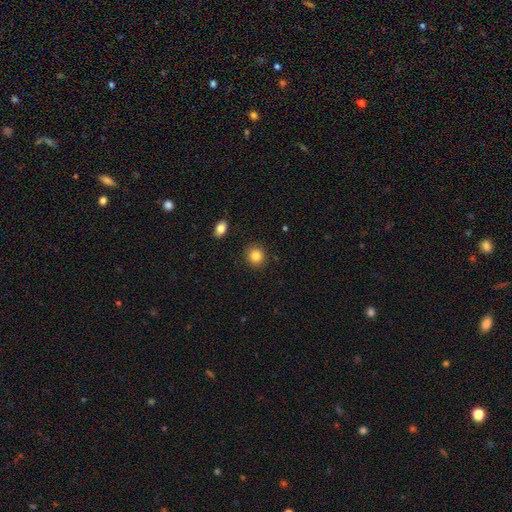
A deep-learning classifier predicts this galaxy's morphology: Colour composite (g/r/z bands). It shows a smooth galaxy with no disk features (85%) that is round (86%). Merging: none (90%).